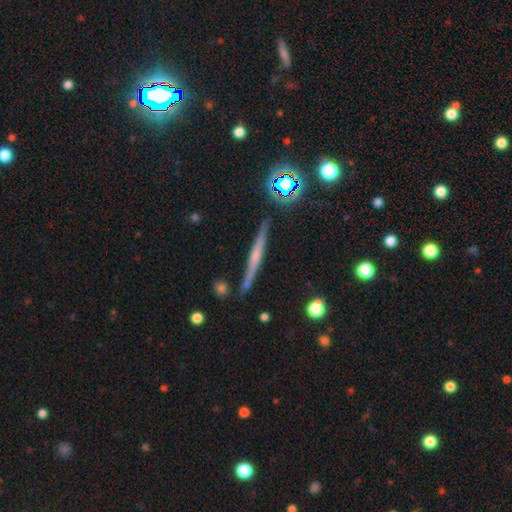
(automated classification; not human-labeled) This is possibly a featured or disk galaxy (53%). It is clearly viewed edge-on (96%). Edge-on bulge: possibly none (56%). Merging: clearly none (85%).